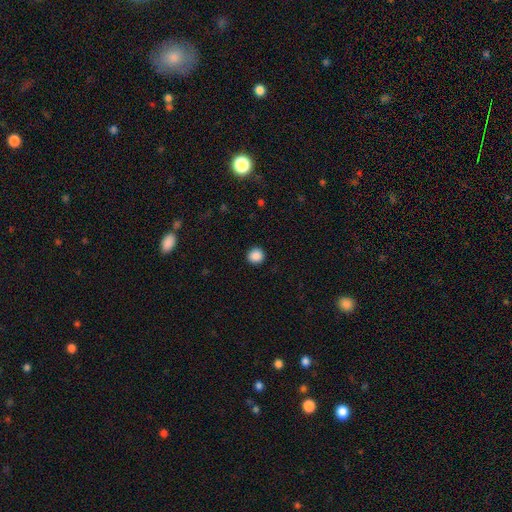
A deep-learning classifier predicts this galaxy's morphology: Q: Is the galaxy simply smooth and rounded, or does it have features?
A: smooth — 88%.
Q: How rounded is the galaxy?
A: round — 93%.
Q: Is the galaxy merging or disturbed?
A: none — 92%.